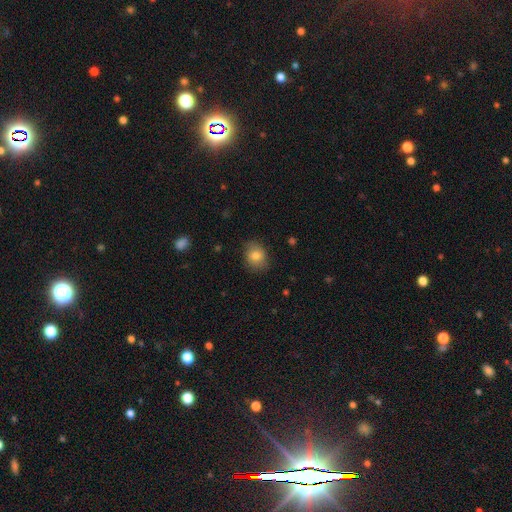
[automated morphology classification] Smooth or featured? smooth (78%)
How rounded? round (57%)
Merging? none (78%)